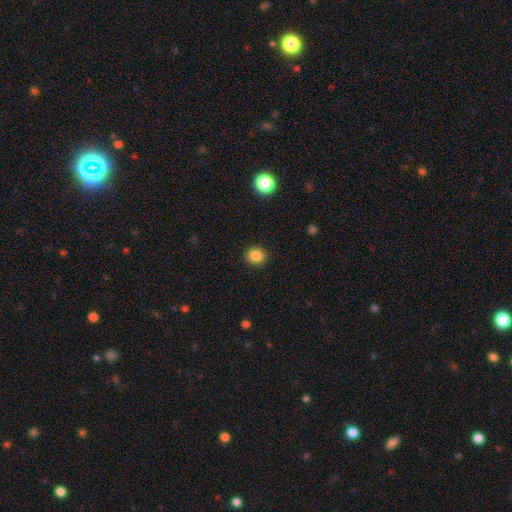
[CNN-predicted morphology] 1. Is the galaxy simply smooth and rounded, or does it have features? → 85% smooth, 11% star or artifact, 4% featured or disk.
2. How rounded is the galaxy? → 85% round, 14% in between, 1% cigar-shaped.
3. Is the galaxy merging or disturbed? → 91% none, 6% minor disturbance, 2% major disturbance, 1% merger.